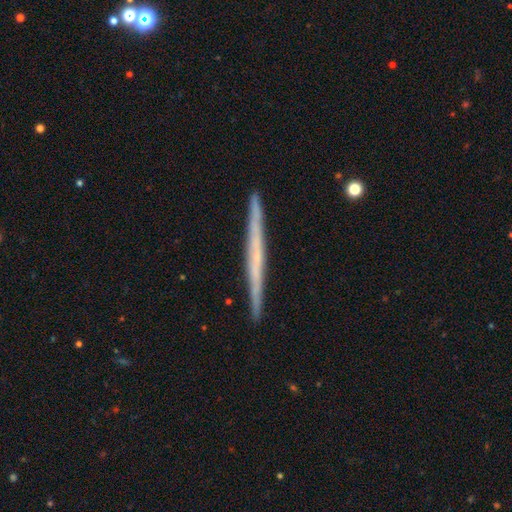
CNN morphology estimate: smooth-or-featured: featured or disk: 59% | smooth: 35% | star or artifact: 6%
  disk-edge-on: yes: 98% | no: 2%
    edge-on-bulge: none: 86% | rounded: 9% | boxy: 4%
  merging: none: 92% | minor disturbance: 6% | major disturbance: 1% | merger: 1%